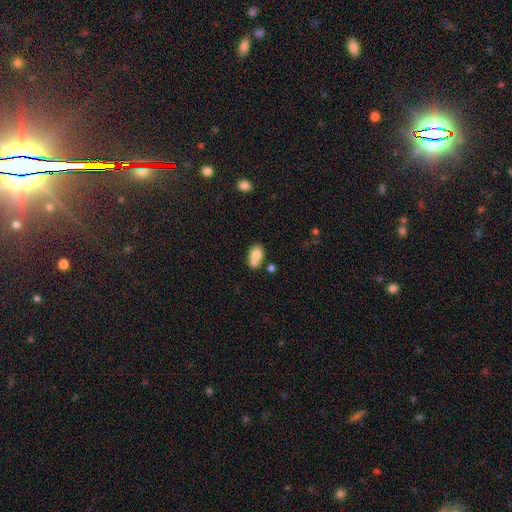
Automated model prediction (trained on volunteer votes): This is likely a smooth galaxy (75%). How rounded: likely in between (77%). Merging: marginally merger (44%).